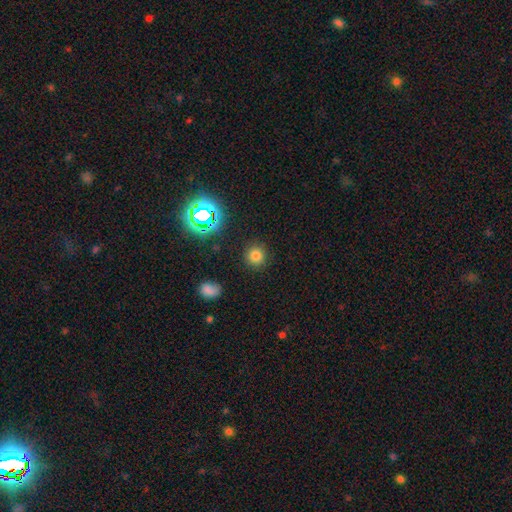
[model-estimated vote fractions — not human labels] Smooth or featured? Predicted: smooth (p=0.74). How rounded? Predicted: round (p=0.92). Merging? Predicted: none (p=0.89).